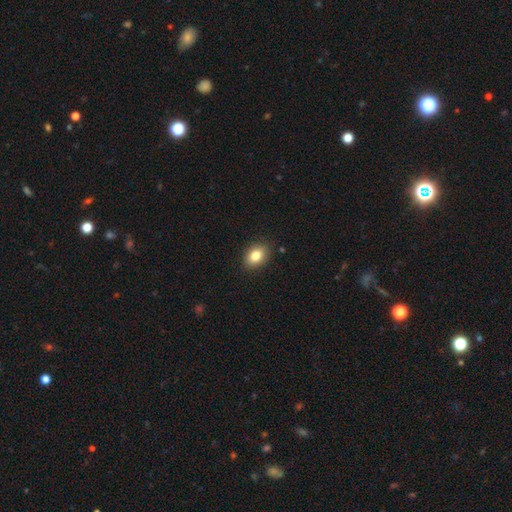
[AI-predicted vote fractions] Morphology: type=smooth (82%); roundness=in between (79%); merging=none (88%).